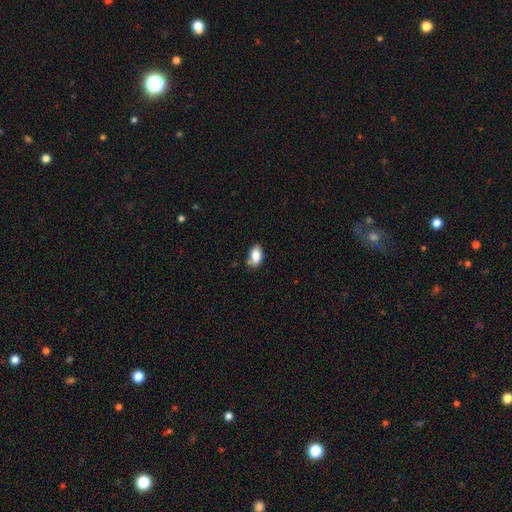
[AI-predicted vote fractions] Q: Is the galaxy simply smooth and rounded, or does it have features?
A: smooth — 84%.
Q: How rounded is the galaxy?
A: in between — 91%.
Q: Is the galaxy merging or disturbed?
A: none — 63%.